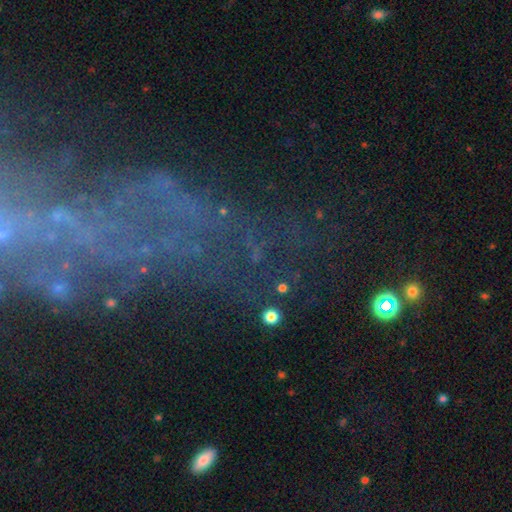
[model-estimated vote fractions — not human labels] The model was most divided on "smooth or featured": featured or disk: 46%, star or artifact: 36%, smooth: 18%. Remaining: merging — none (49%).